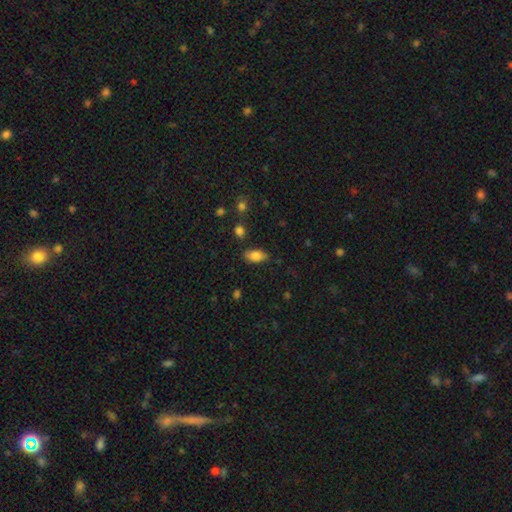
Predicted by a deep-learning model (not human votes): The model was most divided on "merging": none: 81%, minor disturbance: 13%, major disturbance: 3%, merger: 2%. More confident: how rounded — in between (90%); smooth or featured — smooth (82%).